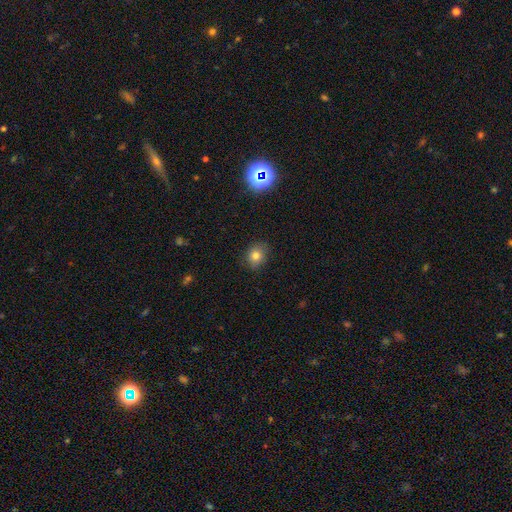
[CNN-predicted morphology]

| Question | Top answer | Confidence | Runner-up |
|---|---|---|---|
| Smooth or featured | smooth | 79% | star or artifact (14%) |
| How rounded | round | 59% | in between (40%) |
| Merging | none | 83% | minor disturbance (13%) |